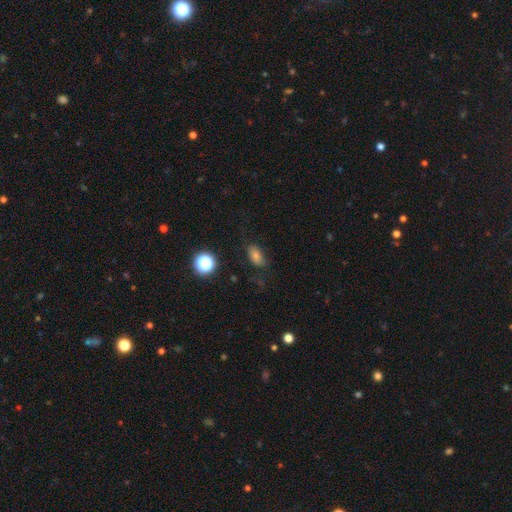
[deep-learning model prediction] Smooth or featured? smooth (70%)
How rounded? in between (84%)
Merging? none (71%)